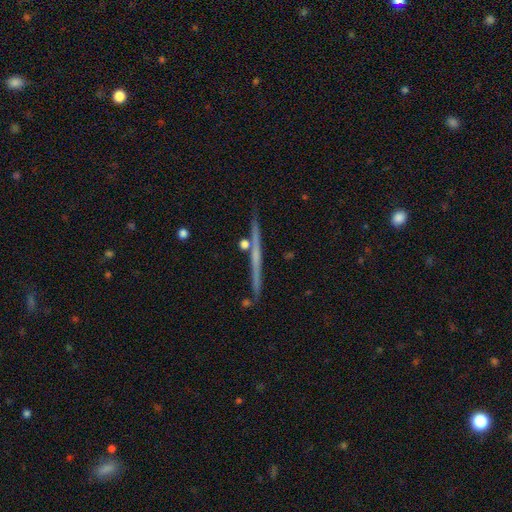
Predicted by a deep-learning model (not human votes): Smooth or featured? Predicted: featured or disk (p=0.68). Edge-on disk? Predicted: yes (p=0.98). Edge-on bulge? Predicted: none (p=0.71). Merging? Predicted: none (p=0.87).